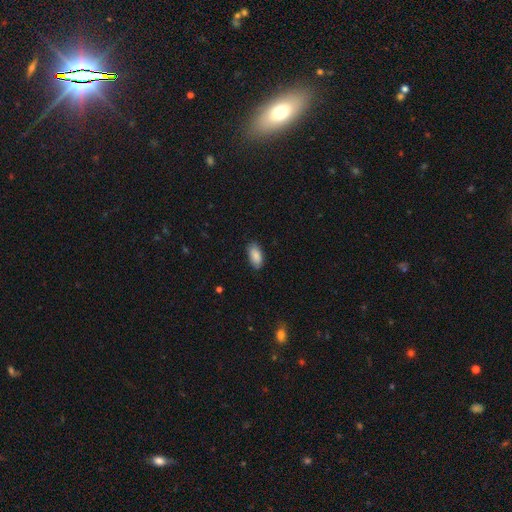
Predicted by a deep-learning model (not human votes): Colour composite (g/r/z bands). It shows a smooth galaxy with no disk features (88%) that is in between round and cigar-shaped (92%). Merging: none (84%).